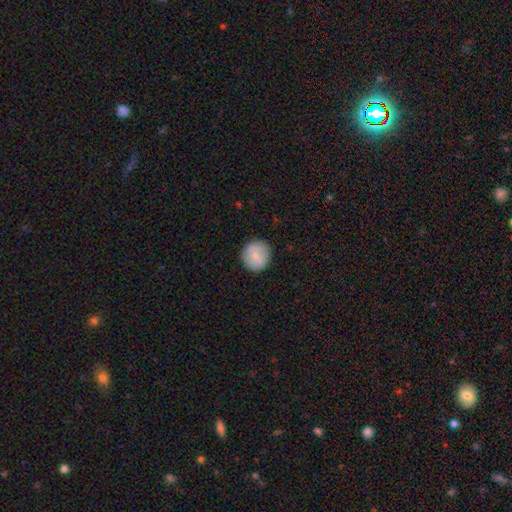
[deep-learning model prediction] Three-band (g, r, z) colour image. It shows a smooth galaxy with no disk features (78%) that is round (93%). Merging: none (89%).